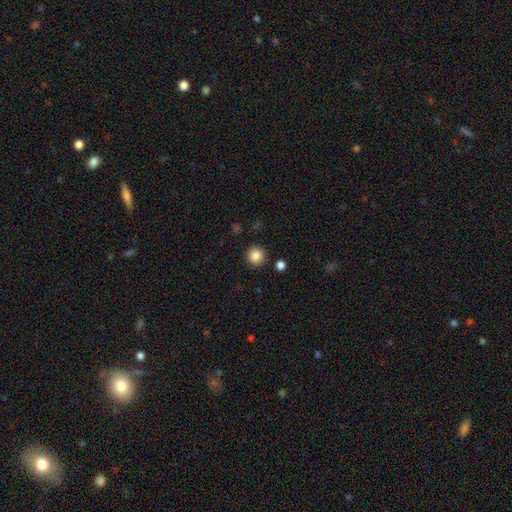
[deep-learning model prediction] This is clearly a smooth galaxy (86%). How rounded: clearly round (95%). Merging: clearly none (91%).